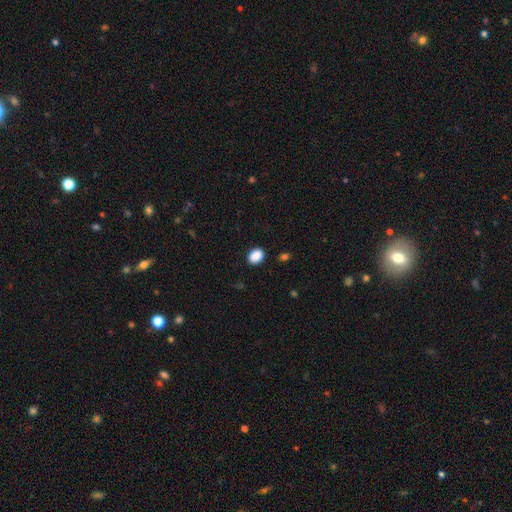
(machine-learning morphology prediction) This is clearly a smooth galaxy (89%). How rounded: likely in between (63%). Merging: clearly none (87%).